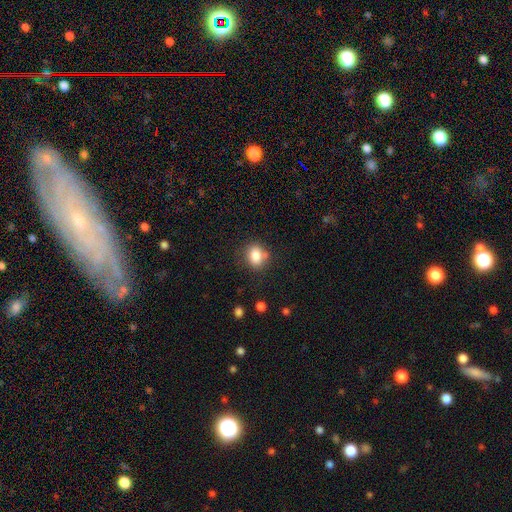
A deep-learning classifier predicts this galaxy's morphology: Overall: smooth (83%). How rounded: round (59%; in between 40%). Merging: none (72%).